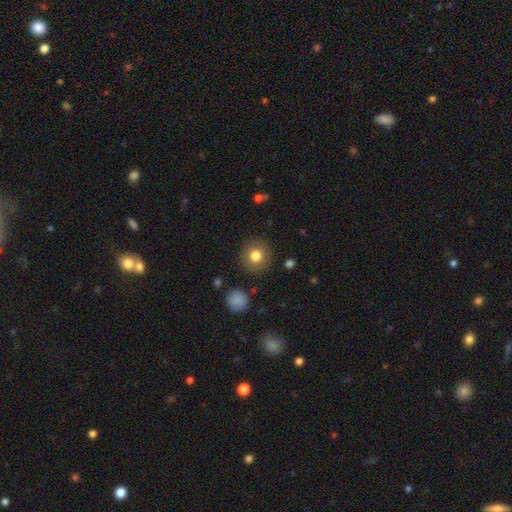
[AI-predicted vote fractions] This appears to be a smooth galaxy with no disk features (80%) that is round (93%). Merging: none (88%).